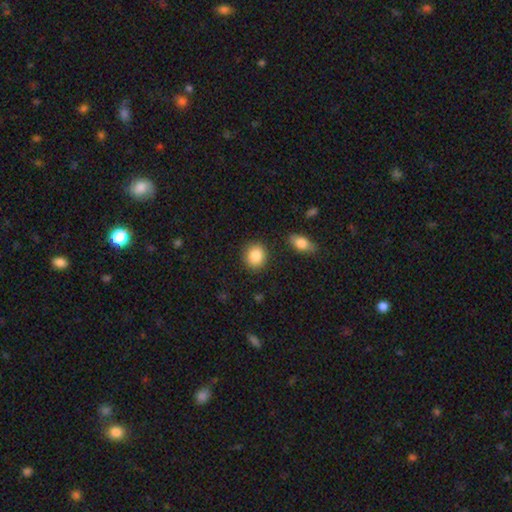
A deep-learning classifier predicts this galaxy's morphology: Smooth or featured? Predicted: smooth (p=0.88). How rounded? Predicted: round (p=0.74). Merging? Predicted: none (p=0.86).